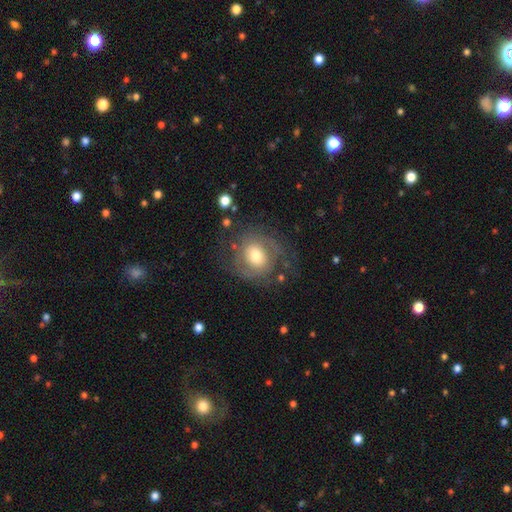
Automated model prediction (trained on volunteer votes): A featured or disk galaxy (62%) with no bar (64%), spiral arms (79%) and a moderate central bulge (65%).

Vote fractions:
- Smooth or featured? featured or disk: 62% / smooth: 30% / star or artifact: 8%
- Edge-on disk? no: 97% / yes: 3%
- Bar? no: 64% / weak: 29% / strong: 7%
- Spiral arms? yes: 79% / no: 21%
- Bulge size? moderate: 65% / large: 21% / small: 11% / dominant: 2% / none: 1%
- Merging? none: 65% / minor disturbance: 18% / major disturbance: 15% / merger: 2%